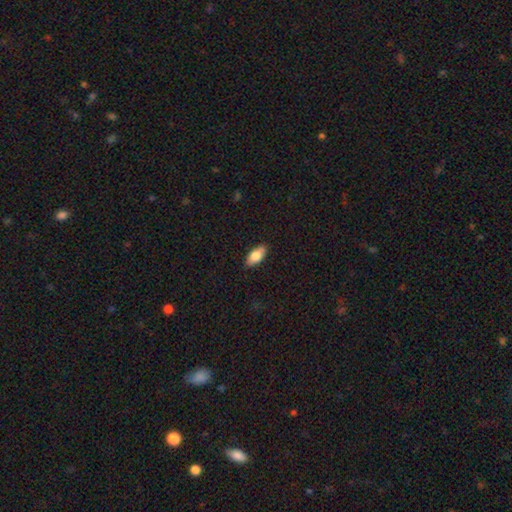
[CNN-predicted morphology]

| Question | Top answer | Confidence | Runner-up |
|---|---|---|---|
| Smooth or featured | smooth | 78% | featured or disk (16%) |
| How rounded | in between | 88% | cigar-shaped (9%) |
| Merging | none | 87% | minor disturbance (10%) |